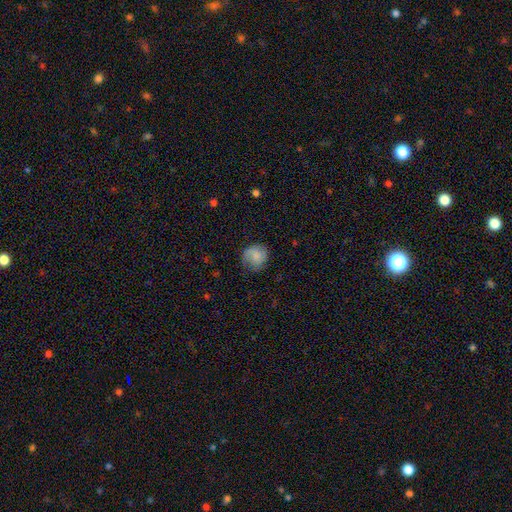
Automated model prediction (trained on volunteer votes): smooth-or-featured: smooth: 69% | featured or disk: 23% | star or artifact: 8%
  how-rounded: round: 81% | in between: 18% | cigar-shaped: 1%
  merging: none: 66% | minor disturbance: 24% | major disturbance: 9% | merger: 1%